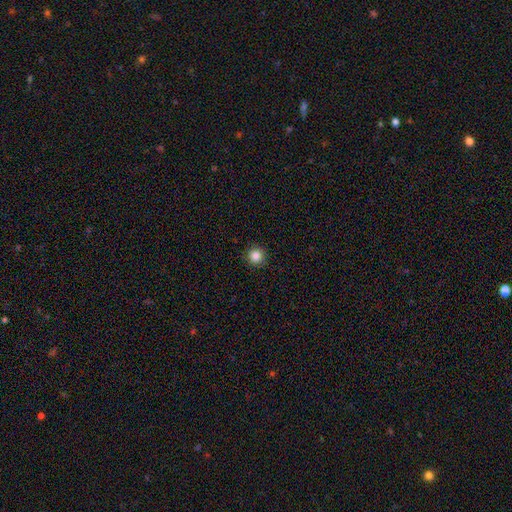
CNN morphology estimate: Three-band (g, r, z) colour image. It shows a smooth galaxy with no disk features (84%) that is round (95%). Merging: none (92%).